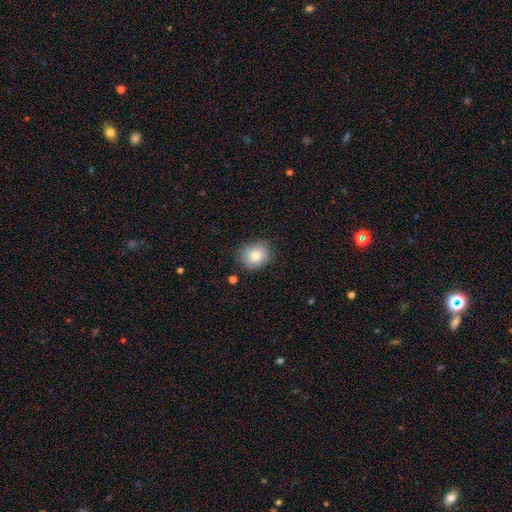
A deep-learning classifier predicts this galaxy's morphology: A smooth galaxy with no disk features (80%) that is round (69%).

Vote fractions:
- Smooth or featured? smooth: 80% / featured or disk: 11% / star or artifact: 9%
- How rounded? round: 69% / in between: 30% / cigar-shaped: 1%
- Merging? none: 80% / minor disturbance: 15% / major disturbance: 3% / merger: 2%